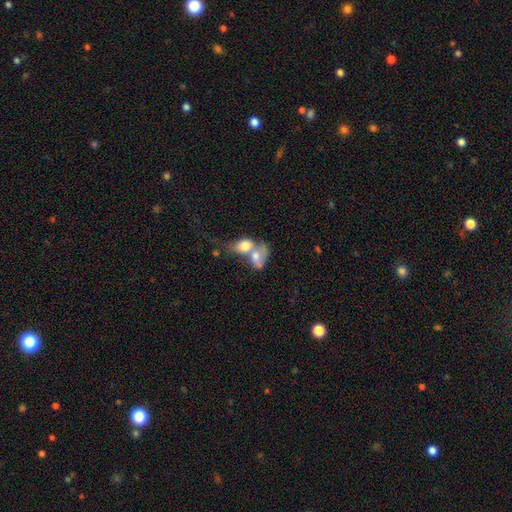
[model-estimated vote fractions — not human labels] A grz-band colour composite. It shows a smooth galaxy with no disk features (62%) that is in between round and cigar-shaped (72%). Merging: merger (78%).